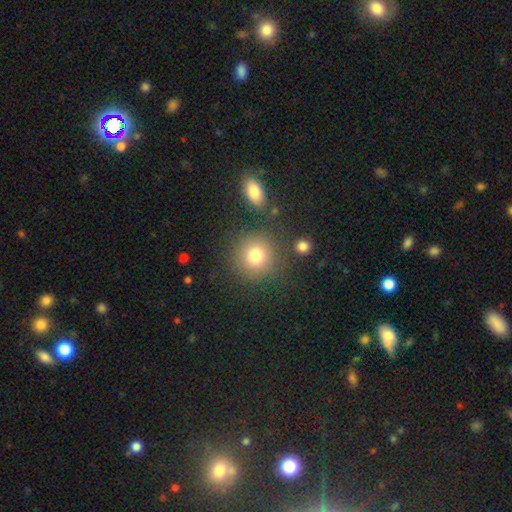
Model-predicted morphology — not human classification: A smooth galaxy with no disk features (79%) that is round (90%).

Vote fractions:
- Smooth or featured? smooth: 79% / star or artifact: 13% / featured or disk: 9%
- How rounded? round: 90% / in between: 9% / cigar-shaped: 1%
- Merging? none: 82% / minor disturbance: 9% / merger: 5% / major disturbance: 4%